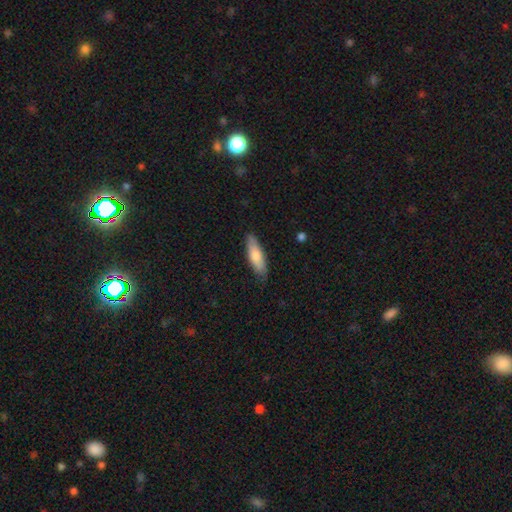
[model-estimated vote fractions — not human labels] smooth_or_featured: smooth (p=0.72) [alt: featured or disk p=0.22]
how_rounded: cigar-shaped (p=0.58) [alt: in between p=0.41]
merging: none (p=0.85) [alt: minor disturbance p=0.12]